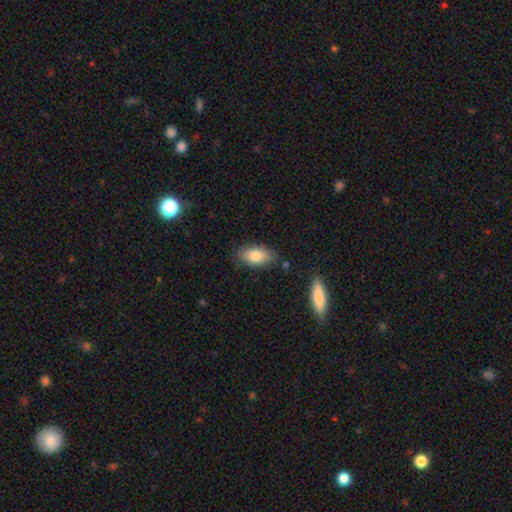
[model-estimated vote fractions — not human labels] This appears to be a smooth galaxy with no disk features (80%) that is in between round and cigar-shaped (90%). Merging: none (80%).